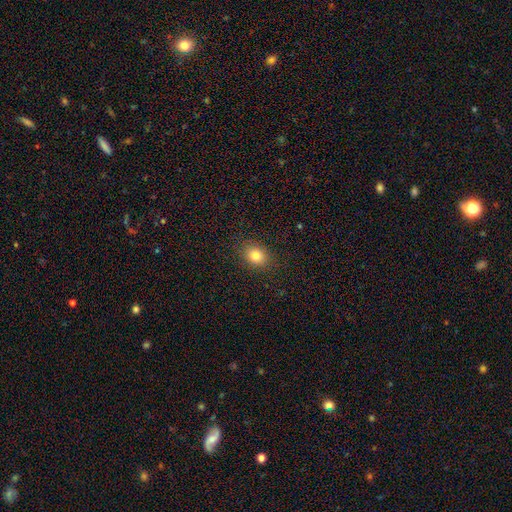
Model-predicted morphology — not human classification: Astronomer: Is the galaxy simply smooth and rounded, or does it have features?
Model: smooth — 83%.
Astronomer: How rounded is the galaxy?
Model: in between — 55% (runner-up: round, 44%).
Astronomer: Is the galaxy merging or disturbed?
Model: none — 87%.